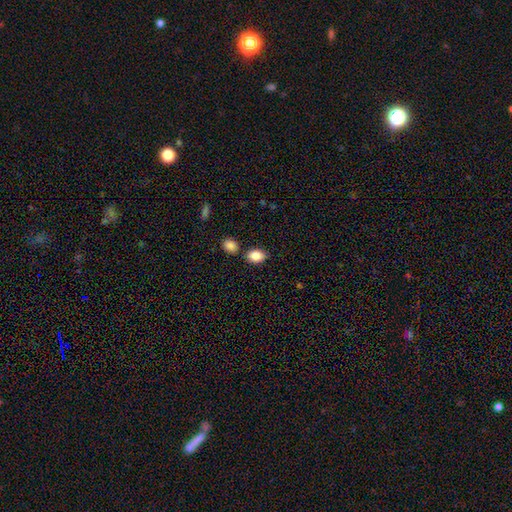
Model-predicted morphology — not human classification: smooth_or_featured: smooth (p=0.87) [alt: star or artifact p=0.08]
how_rounded: in between (p=0.78) [alt: round p=0.21]
merging: none (p=0.74) [alt: minor disturbance p=0.12]